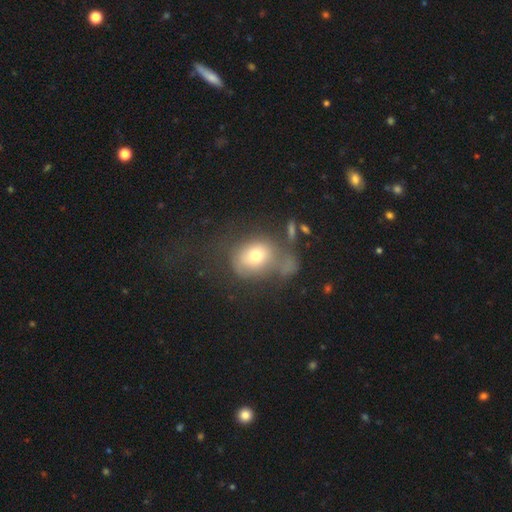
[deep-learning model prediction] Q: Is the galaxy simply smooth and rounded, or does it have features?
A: smooth — 67%.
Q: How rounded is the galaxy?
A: in between — 50%.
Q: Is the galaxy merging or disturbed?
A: none — 31%.